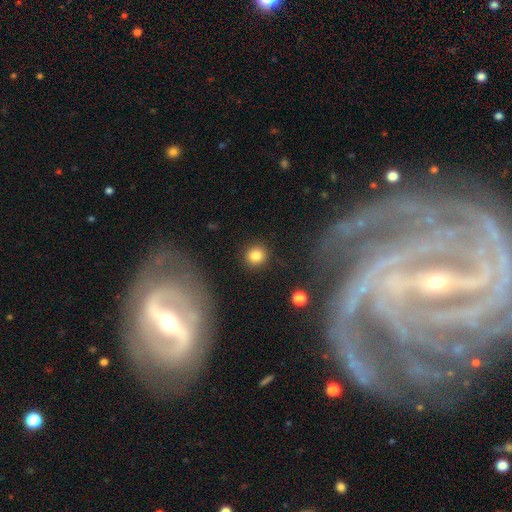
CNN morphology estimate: Smooth or featured? smooth (84%)
How rounded? round (90%)
Merging? none (88%)